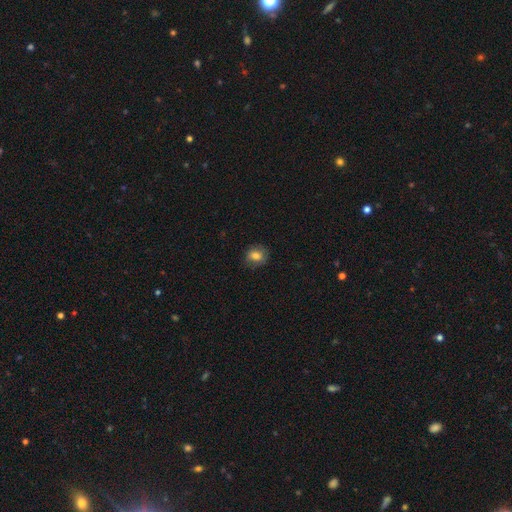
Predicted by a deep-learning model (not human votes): Q: Smooth or featured?
A: smooth (76%); runner-up: featured or disk (14%)
Q: How rounded?
A: round (64%); runner-up: in between (35%)
Q: Merging?
A: none (78%); runner-up: minor disturbance (16%)